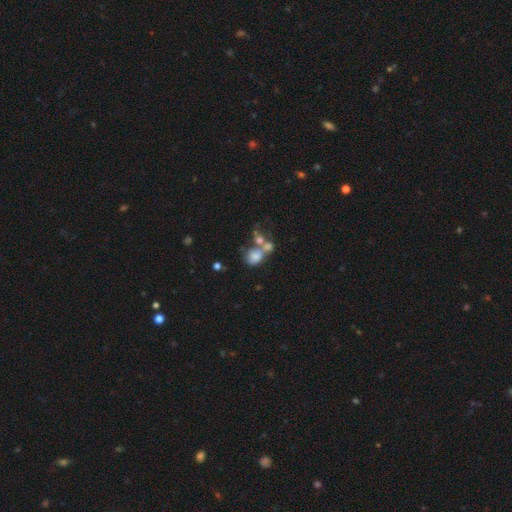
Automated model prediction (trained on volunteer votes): Smooth or featured: smooth — 63% (featured or disk — 24%)
How rounded: in between — 51% (round — 47%)
Merging: merger — 59% (none — 22%)